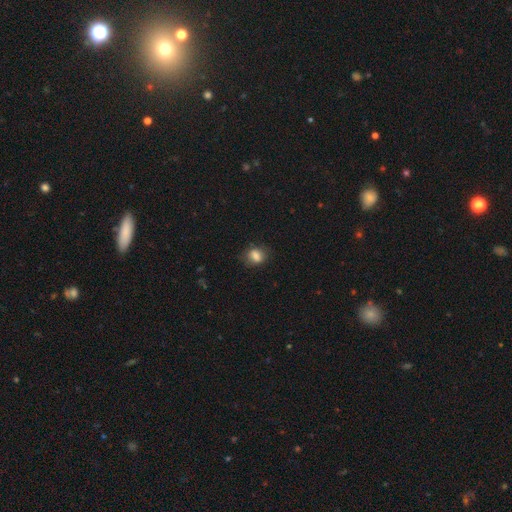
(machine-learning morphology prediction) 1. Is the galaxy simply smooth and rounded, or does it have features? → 80% smooth, 10% star or artifact, 10% featured or disk.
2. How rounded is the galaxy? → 58% in between, 40% round, 2% cigar-shaped.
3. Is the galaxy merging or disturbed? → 72% none, 20% minor disturbance, 6% major disturbance, 2% merger.